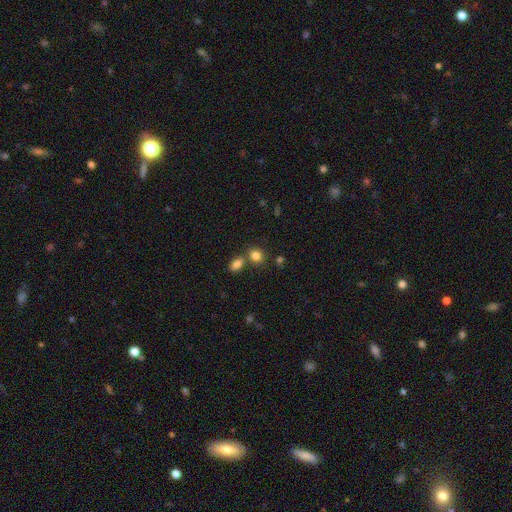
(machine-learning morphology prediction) smooth_or_featured: smooth (p=0.83) [alt: star or artifact p=0.11]
how_rounded: round (p=0.61) [alt: in between p=0.38]
merging: none (p=0.59) [alt: merger p=0.28]